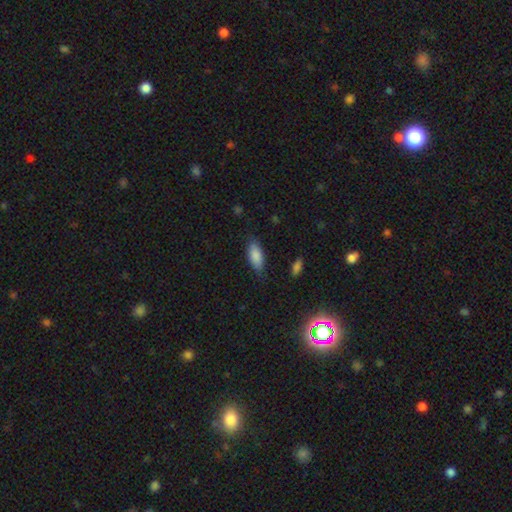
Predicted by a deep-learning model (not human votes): Smooth or featured? smooth (86%)
How rounded? in between (83%)
Merging? none (77%)